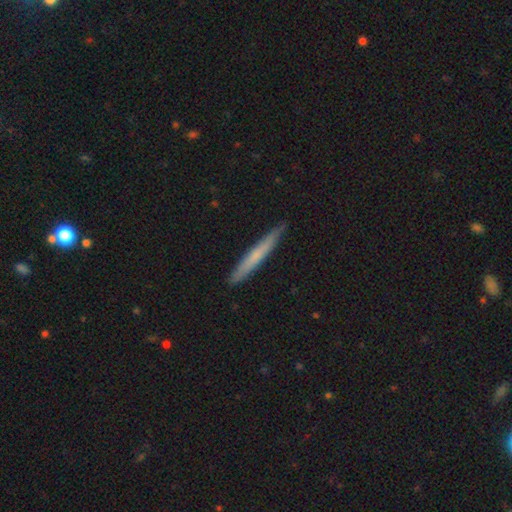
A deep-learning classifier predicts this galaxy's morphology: type=smooth (59%); roundness=cigar-shaped (97%); merging=none (90%).